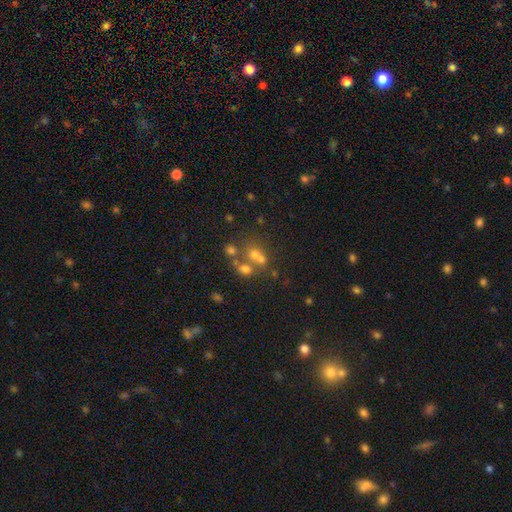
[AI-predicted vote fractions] Smooth or featured? smooth (48%)
Merging? merger (46%)